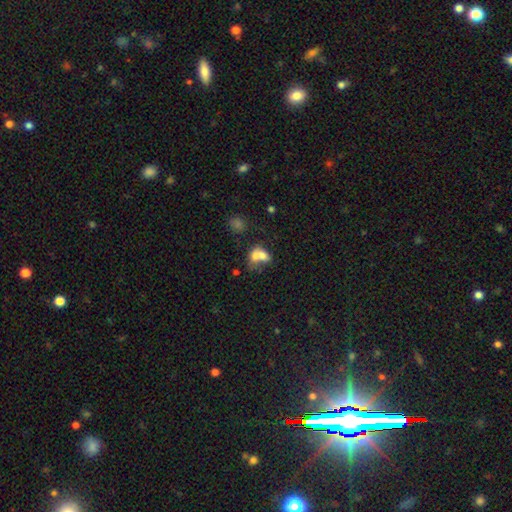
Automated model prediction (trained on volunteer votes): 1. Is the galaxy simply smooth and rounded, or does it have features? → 69% smooth, 20% featured or disk, 11% star or artifact.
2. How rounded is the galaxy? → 65% in between, 34% round, 2% cigar-shaped.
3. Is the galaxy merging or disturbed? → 72% merger, 16% none, 7% minor disturbance, 5% major disturbance.